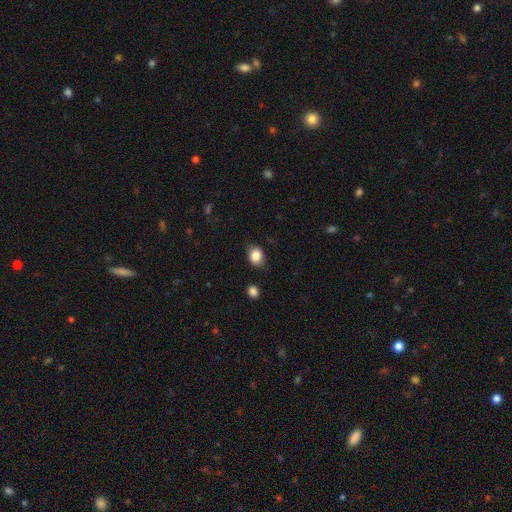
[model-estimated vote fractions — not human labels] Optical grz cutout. It shows a smooth galaxy with no disk features (85%) that is in between round and cigar-shaped (54%). Merging: none (80%).